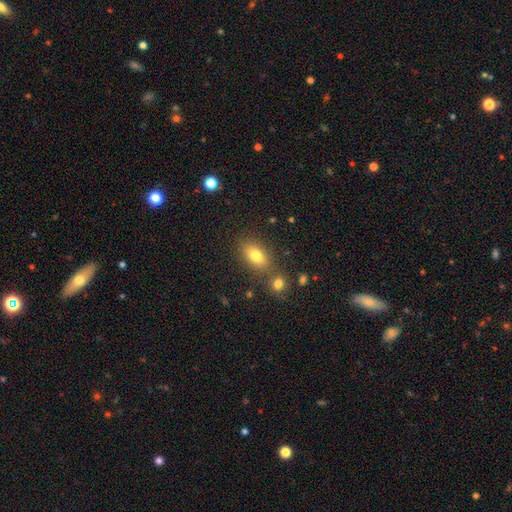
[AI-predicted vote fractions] Q: Smooth or featured?
A: smooth (79%); runner-up: featured or disk (11%)
Q: How rounded?
A: in between (85%); runner-up: round (12%)
Q: Merging?
A: none (69%); runner-up: merger (15%)